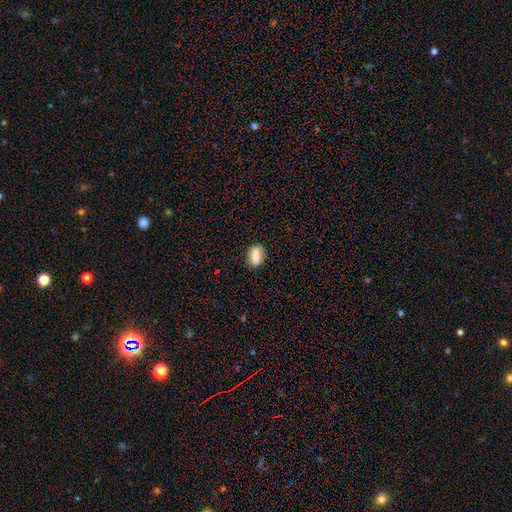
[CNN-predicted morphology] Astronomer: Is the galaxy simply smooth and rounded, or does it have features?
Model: smooth — 72%.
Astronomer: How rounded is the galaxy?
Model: in between — 69%.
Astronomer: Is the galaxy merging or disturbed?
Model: none — 85%.